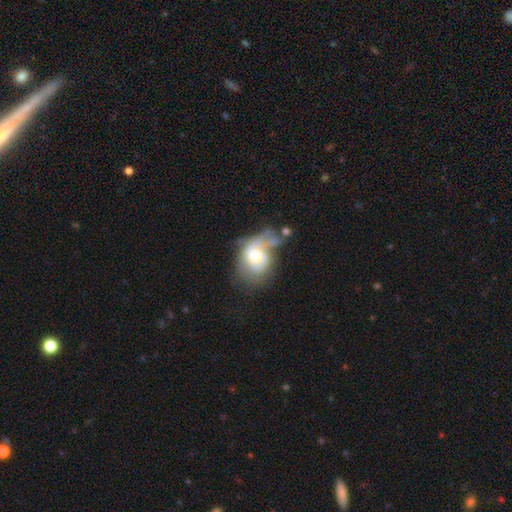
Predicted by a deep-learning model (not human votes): A featured or disk galaxy (47%). Merging: major disturbance (40%).